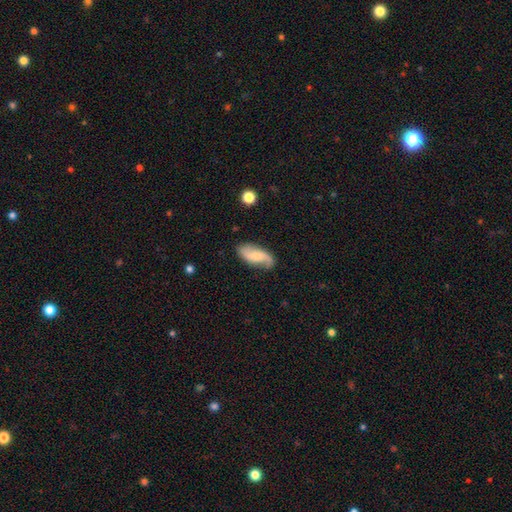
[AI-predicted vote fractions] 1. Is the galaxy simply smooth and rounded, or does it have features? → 59% featured or disk, 34% smooth, 6% star or artifact.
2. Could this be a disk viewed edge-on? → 94% no, 6% yes.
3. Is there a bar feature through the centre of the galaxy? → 47% no, 41% weak, 12% strong.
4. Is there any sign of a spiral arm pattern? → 93% yes, 7% no.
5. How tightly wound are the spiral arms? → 66% loose, 25% medium, 10% tight.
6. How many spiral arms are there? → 86% 2, 7% 1, 5% can't tell, 1% 3, 1% 4, 1% more than 4.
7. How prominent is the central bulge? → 44% small, 34% moderate, 15% none, 5% large, 2% dominant.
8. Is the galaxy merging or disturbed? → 76% none, 17% minor disturbance, 5% major disturbance, 2% merger.